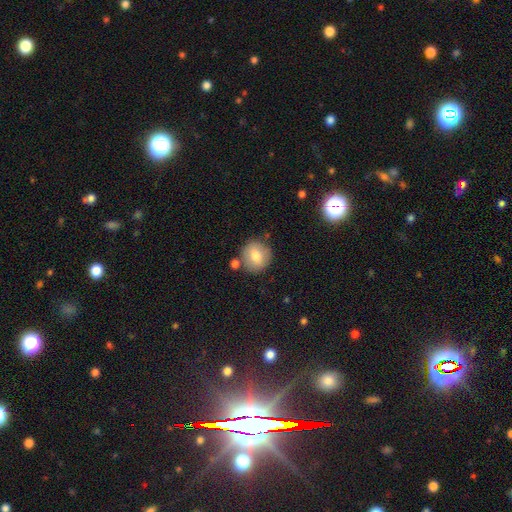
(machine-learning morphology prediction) Smooth or featured?
  - smooth: 76% *
  - featured or disk: 15%
  - star or artifact: 9%
How rounded?
  - round: 89% *
  - in between: 10%
  - cigar-shaped: 1%
Merging?
  - none: 78% *
  - minor disturbance: 11%
  - merger: 8%
  - major disturbance: 3%